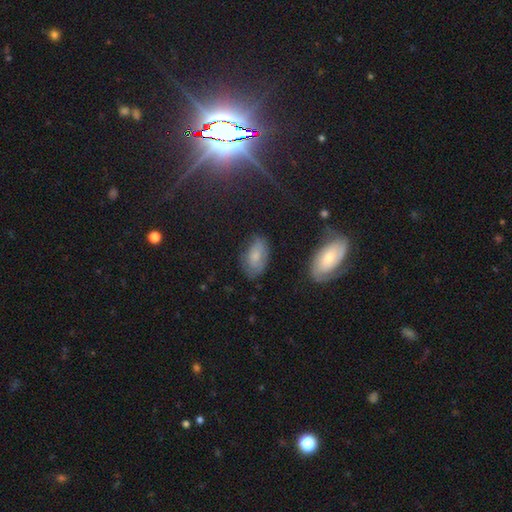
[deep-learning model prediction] smooth_or_featured: smooth (p=0.70) [alt: featured or disk p=0.20]
how_rounded: in between (p=0.94) [alt: round p=0.04]
merging: none (p=0.67) [alt: minor disturbance p=0.23]